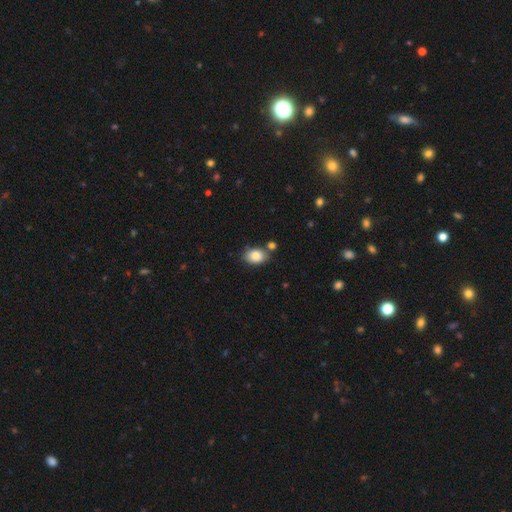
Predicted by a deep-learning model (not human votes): smooth-or-featured: smooth: 85% | star or artifact: 8% | featured or disk: 7%
  how-rounded: in between: 79% | round: 20% | cigar-shaped: 1%
  merging: none: 70% | minor disturbance: 15% | merger: 11% | major disturbance: 4%